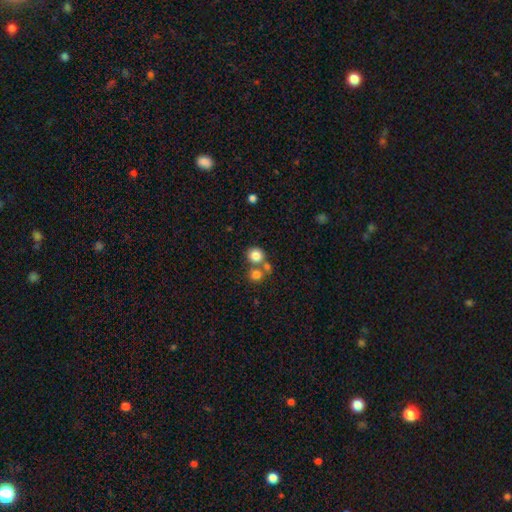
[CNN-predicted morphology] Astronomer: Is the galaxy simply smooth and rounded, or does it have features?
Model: smooth — 80%.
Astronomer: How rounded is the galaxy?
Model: round — 88%.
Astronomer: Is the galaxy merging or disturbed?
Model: none — 58%.